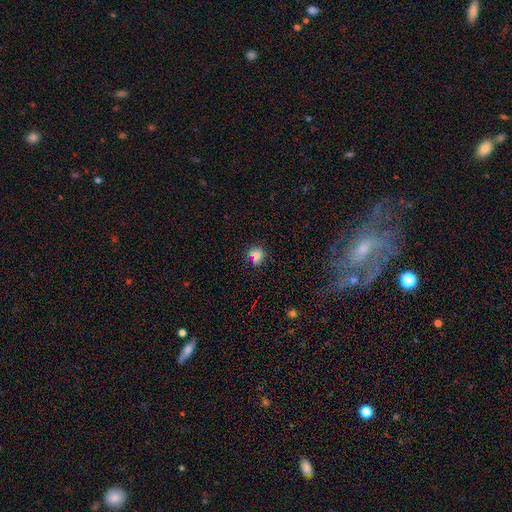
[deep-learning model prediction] Smooth or featured? Predicted: smooth (p=0.76). How rounded? Predicted: round (p=0.81). Merging? Predicted: none (p=0.80).